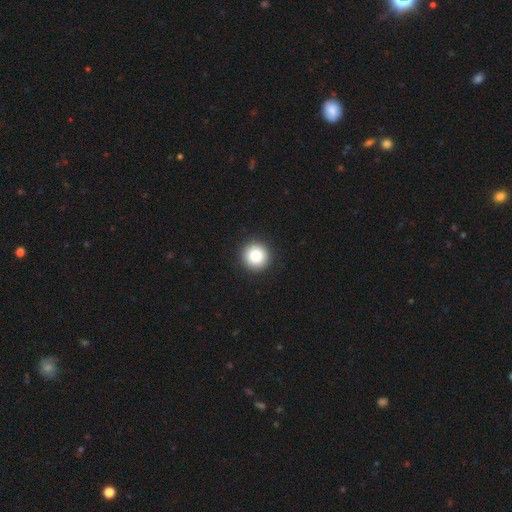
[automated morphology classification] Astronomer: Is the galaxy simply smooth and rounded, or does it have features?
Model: smooth — 85%.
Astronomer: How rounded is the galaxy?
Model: round — 95%.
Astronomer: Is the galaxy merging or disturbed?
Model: none — 93%.